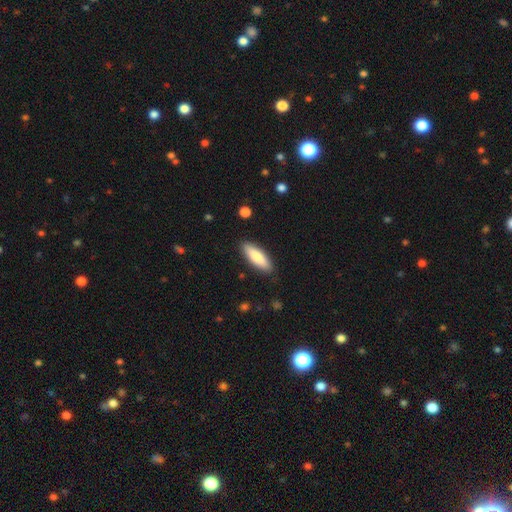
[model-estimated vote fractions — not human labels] This appears to be a smooth galaxy with no disk features (82%) that is in between round and cigar-shaped (52%). Merging: none (88%).